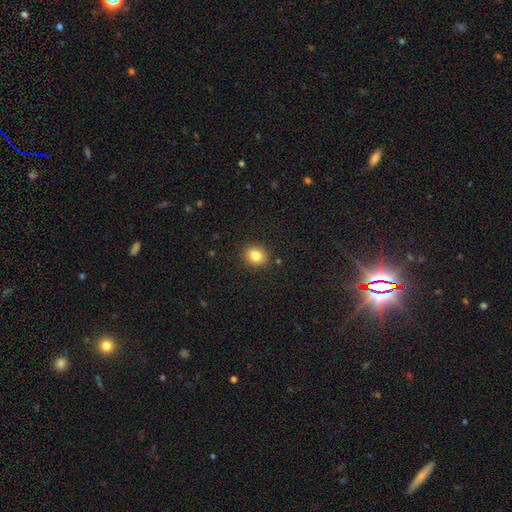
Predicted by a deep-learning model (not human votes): smooth_or_featured: smooth (p=0.83) [alt: star or artifact p=0.10]
how_rounded: round (p=0.73) [alt: in between p=0.26]
merging: none (p=0.89) [alt: minor disturbance p=0.08]